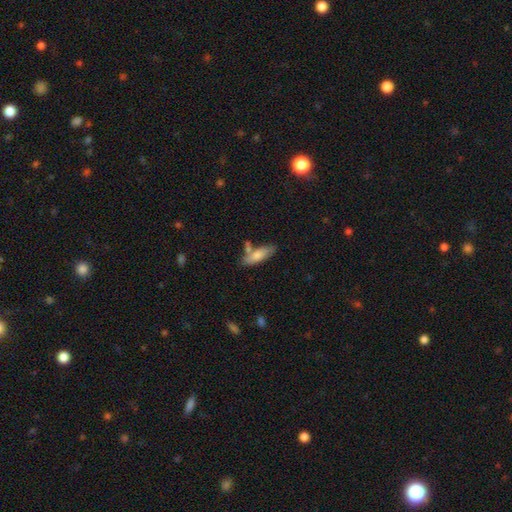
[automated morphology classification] Smooth or featured: smooth — 72% (featured or disk — 21%)
How rounded: in between — 53% (cigar-shaped — 45%)
Merging: none — 66% (minor disturbance — 17%)